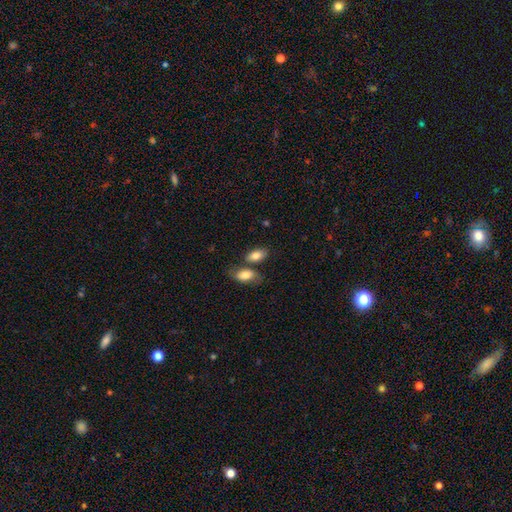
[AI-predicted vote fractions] Smooth or featured? smooth (83%)
How rounded? in between (90%)
Merging? none (58%)